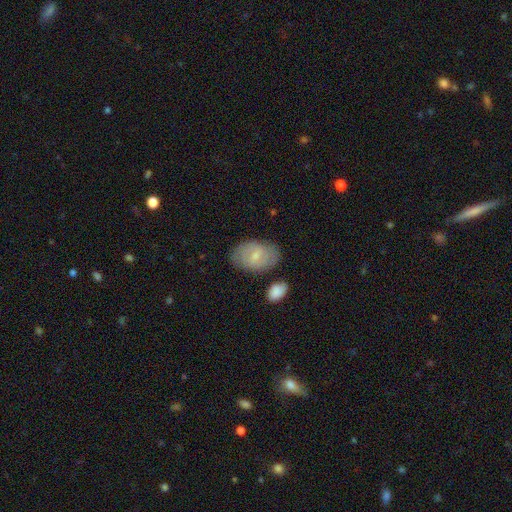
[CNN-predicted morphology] smooth 51%, featured or disk 42%, star or artifact 7%. Down the decision tree: how rounded — in between (87%); merging — none (75%).